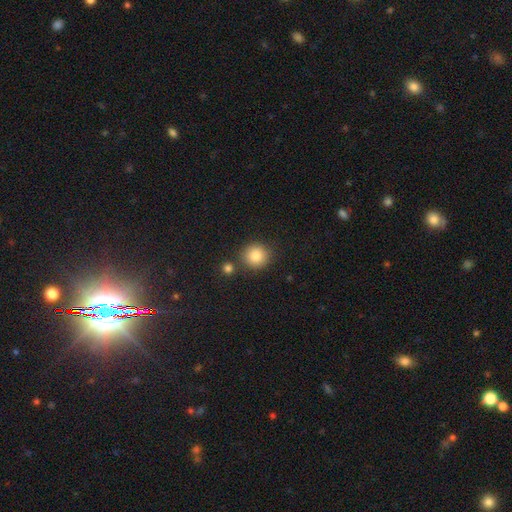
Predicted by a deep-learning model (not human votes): This appears to be a smooth galaxy with no disk features (85%) that is round (90%). Merging: none (78%).